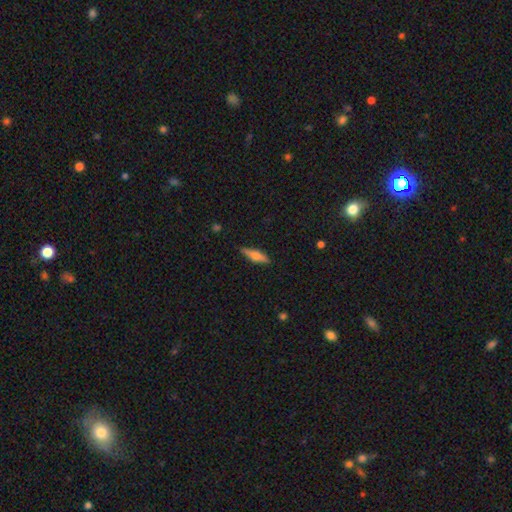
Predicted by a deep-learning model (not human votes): Overall: smooth (58%; featured or disk 36%). How rounded: cigar-shaped (64%; in between 33%). Merging: none (86%).